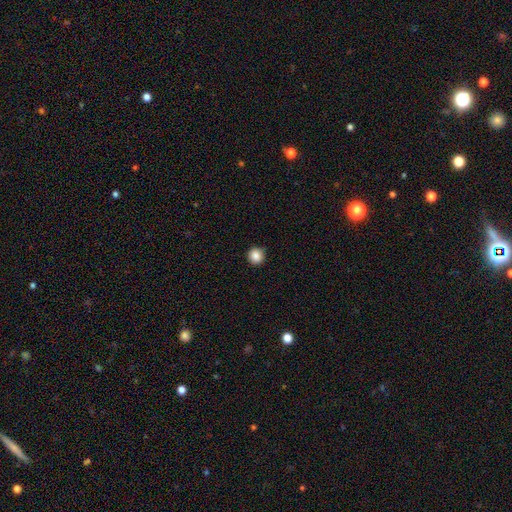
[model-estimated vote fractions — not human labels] This appears to be a smooth galaxy with no disk features (87%) that is round (94%). Merging: none (90%).